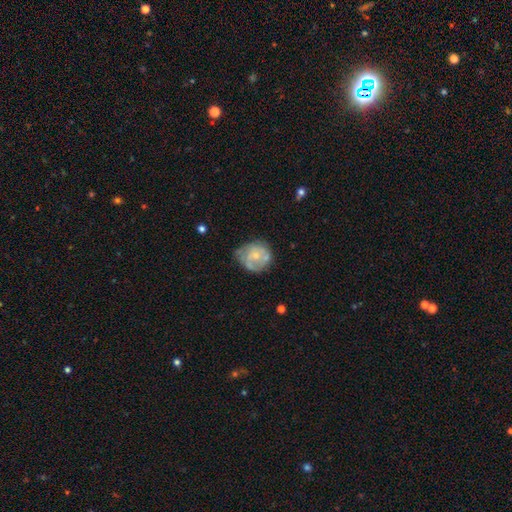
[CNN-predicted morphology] smooth-or-featured: featured or disk: 57% | smooth: 36% | star or artifact: 7%
  disk-edge-on: no: 98% | yes: 2%
    bar: no: 82% | weak: 16% | strong: 3%
    has-spiral-arms: no: 50% (tied) | yes: 50% (tied)
    bulge-size: small: 62% | moderate: 29% | none: 7% | large: 1% | dominant: 1%
  merging: none: 49% | minor disturbance: 29% | major disturbance: 15% | merger: 7%